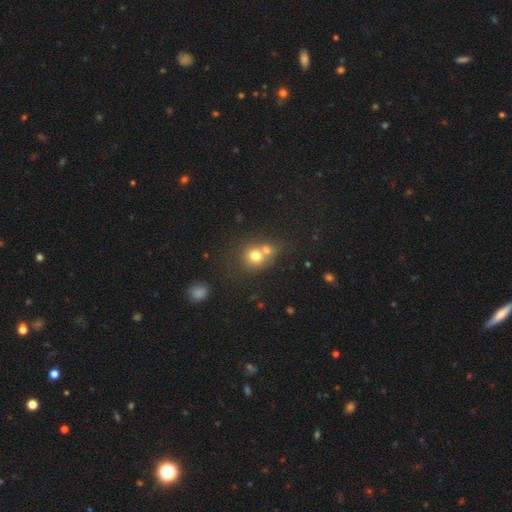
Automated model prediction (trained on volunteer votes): This appears to be a smooth galaxy with no disk features (72%) that is round (81%). Merging: merger (54%).